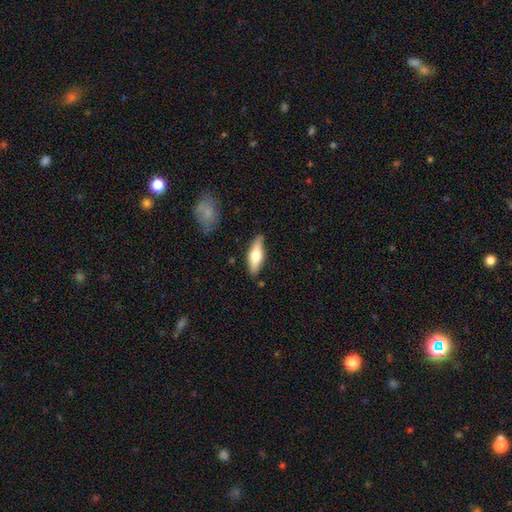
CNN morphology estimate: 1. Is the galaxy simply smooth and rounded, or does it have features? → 55% smooth, 39% featured or disk, 5% star or artifact.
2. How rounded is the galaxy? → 56% in between, 41% cigar-shaped, 2% round.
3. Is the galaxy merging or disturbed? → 83% none, 12% minor disturbance, 2% major disturbance, 2% merger.